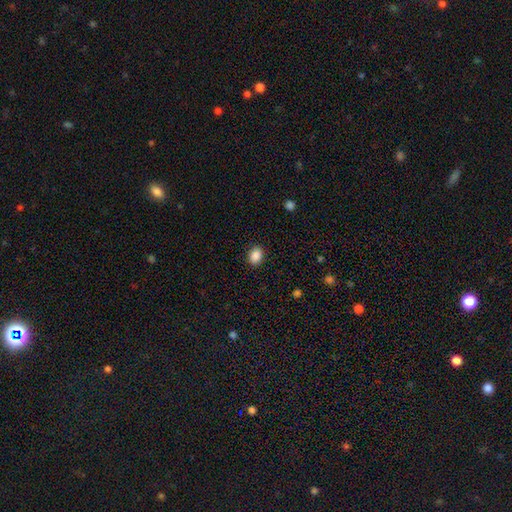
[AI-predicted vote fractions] This is clearly a smooth galaxy (89%). How rounded: likely in between (68%). Merging: clearly none (89%).